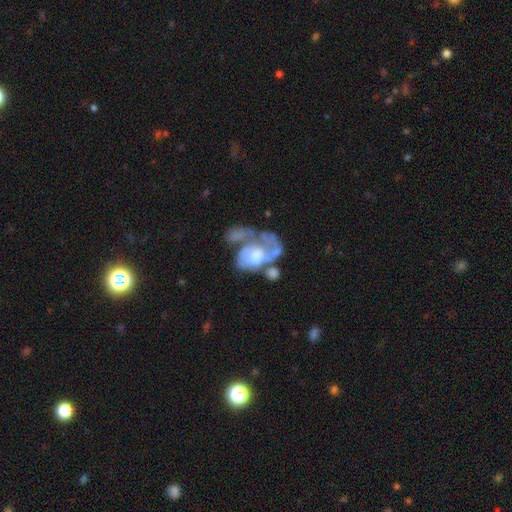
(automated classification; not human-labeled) A featured or disk galaxy (71%) with no bar (77%), spiral arms (56%) and no central bulge (33%).

Vote fractions:
- Smooth or featured? featured or disk: 71% / smooth: 21% / star or artifact: 8%
- Edge-on disk? no: 98% / yes: 2%
- Bar? no: 77% / weak: 18% / strong: 5%
- Spiral arms? yes: 56% / no: 44%
- Bulge size? none: 33% / moderate: 26% / large: 23% / small: 14% / dominant: 4%
- Merging? major disturbance: 35% / merger: 28% / none: 21% / minor disturbance: 15%